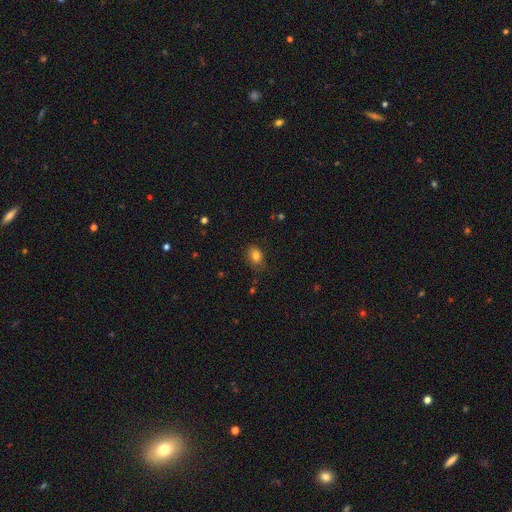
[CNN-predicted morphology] Smooth or featured? Predicted: smooth (p=0.81). How rounded? Predicted: in between (p=0.64). Merging? Predicted: none (p=0.77).